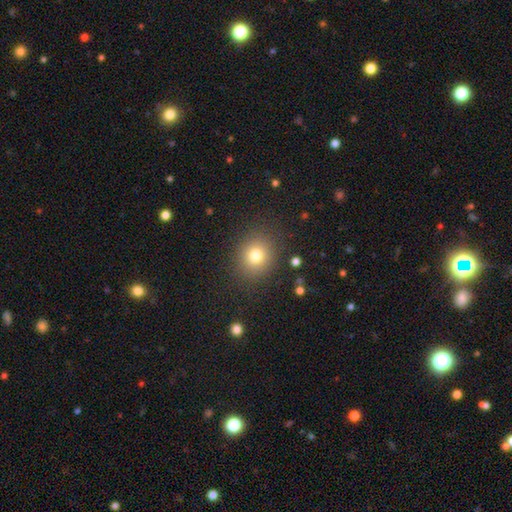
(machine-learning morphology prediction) Smooth or featured?
  - smooth: 78% *
  - star or artifact: 13%
  - featured or disk: 9%
How rounded?
  - round: 76% *
  - in between: 23%
  - cigar-shaped: 1%
Merging?
  - none: 86% *
  - minor disturbance: 9%
  - major disturbance: 4%
  - merger: 2%